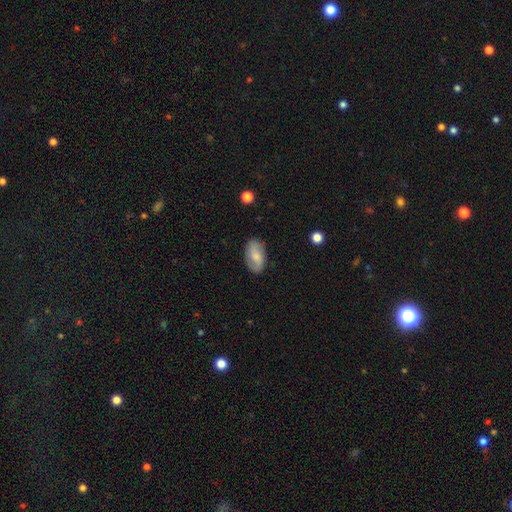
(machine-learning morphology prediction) A smooth galaxy with no disk features (48%).

Vote fractions:
- Smooth or featured? smooth: 48% / featured or disk: 44% / star or artifact: 7%
- Merging? none: 80% / minor disturbance: 15% / major disturbance: 4% / merger: 1%